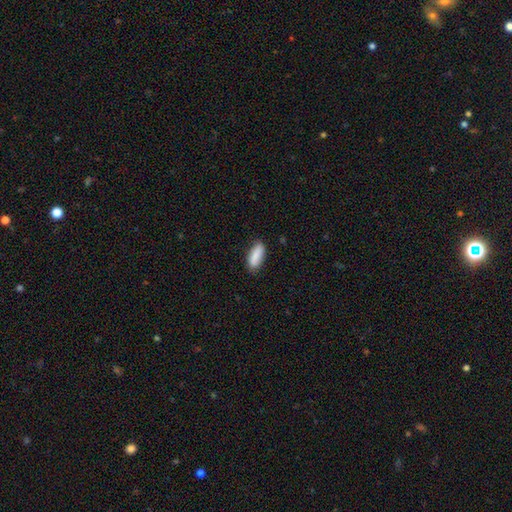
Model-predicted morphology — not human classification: Smooth or featured? smooth (85%)
How rounded? in between (71%)
Merging? none (81%)